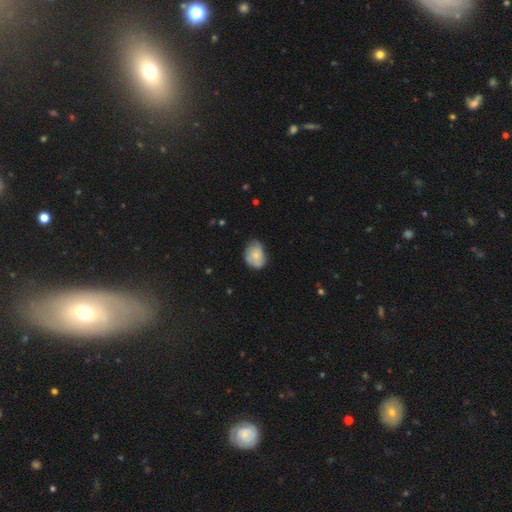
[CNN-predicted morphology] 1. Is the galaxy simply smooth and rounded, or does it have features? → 67% smooth, 26% featured or disk, 7% star or artifact.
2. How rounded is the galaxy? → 65% in between, 34% round, 1% cigar-shaped.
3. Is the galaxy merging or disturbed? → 57% none, 33% minor disturbance, 8% major disturbance, 2% merger.